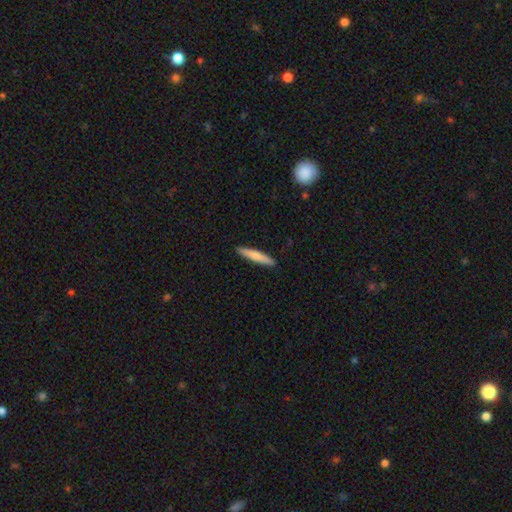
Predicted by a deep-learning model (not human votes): This appears to be a smooth galaxy with no disk features (70%) that is cigar-shaped (92%). Merging: none (91%).